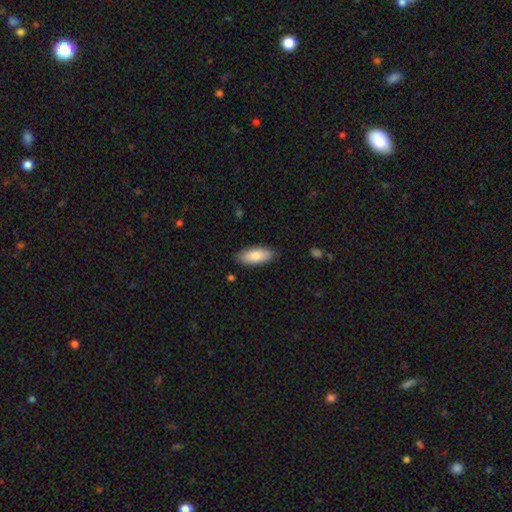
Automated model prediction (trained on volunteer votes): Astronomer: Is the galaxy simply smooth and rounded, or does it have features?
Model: smooth — 83%.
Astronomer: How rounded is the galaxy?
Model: in between — 83%.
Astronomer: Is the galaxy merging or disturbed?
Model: none — 86%.